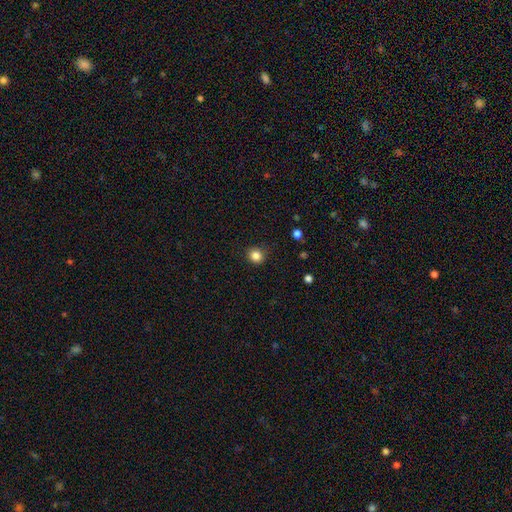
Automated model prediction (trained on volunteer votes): smooth 84%, star or artifact 12%, featured or disk 4%. Down the decision tree: how rounded — round (88%); merging — none (88%).